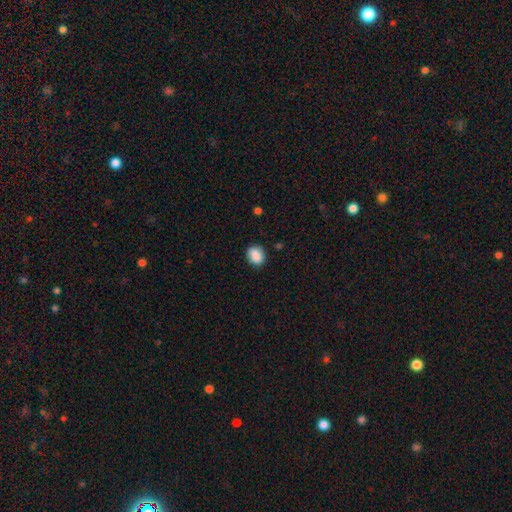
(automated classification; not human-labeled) Overall: smooth (85%). How rounded: round (49%, tied with in between). Merging: none (85%).